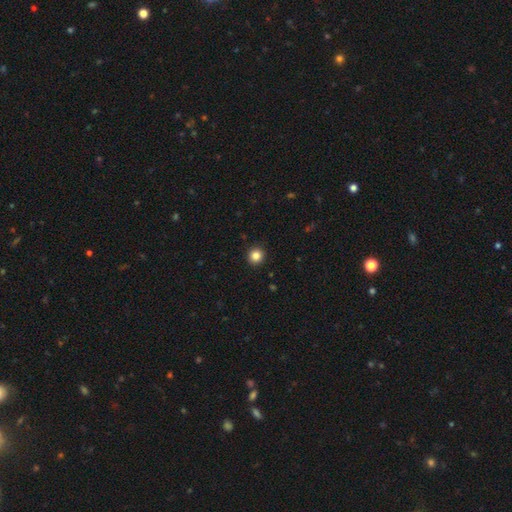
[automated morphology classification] smooth 84%, star or artifact 11%, featured or disk 4%. Down the decision tree: how rounded — round (94%); merging — none (93%).